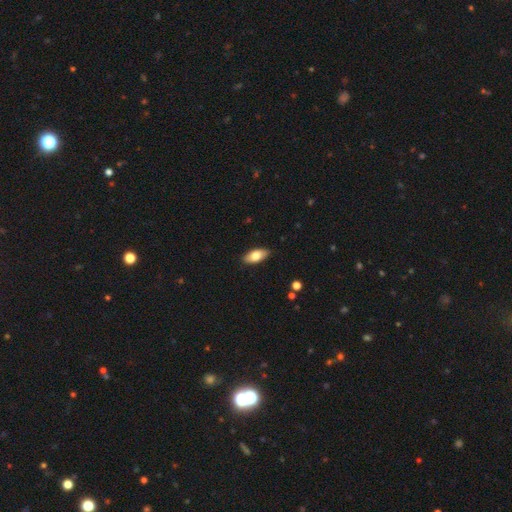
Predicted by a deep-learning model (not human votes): This appears to be a smooth galaxy with no disk features (76%) that is in between round and cigar-shaped (88%). Merging: none (87%).